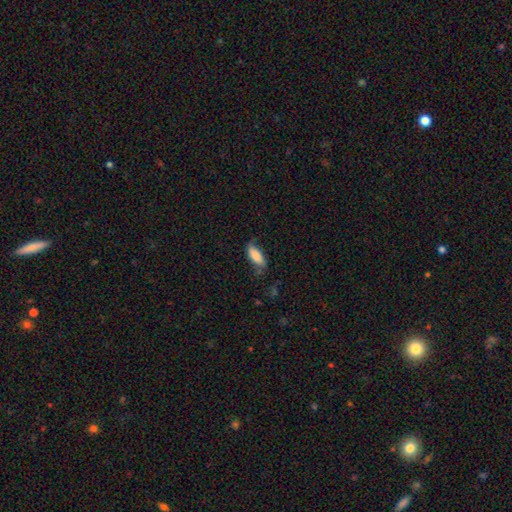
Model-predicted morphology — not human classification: A smooth galaxy with no disk features (75%) that is in between round and cigar-shaped (80%). Merging: none (59%).